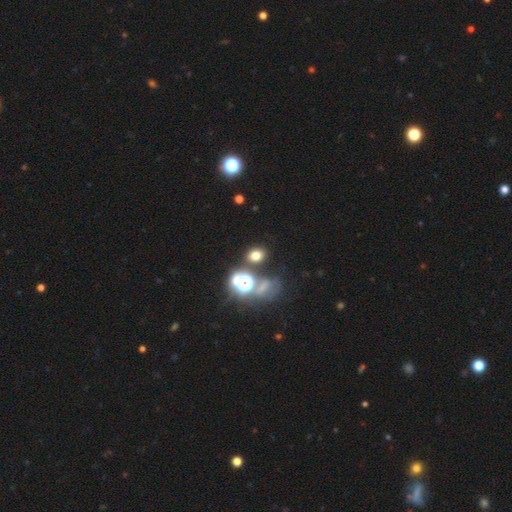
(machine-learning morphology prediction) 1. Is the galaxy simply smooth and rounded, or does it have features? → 66% smooth, 25% star or artifact, 9% featured or disk.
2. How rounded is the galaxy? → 52% round, 47% in between, 1% cigar-shaped.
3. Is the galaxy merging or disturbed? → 75% none, 11% minor disturbance, 9% merger, 5% major disturbance.